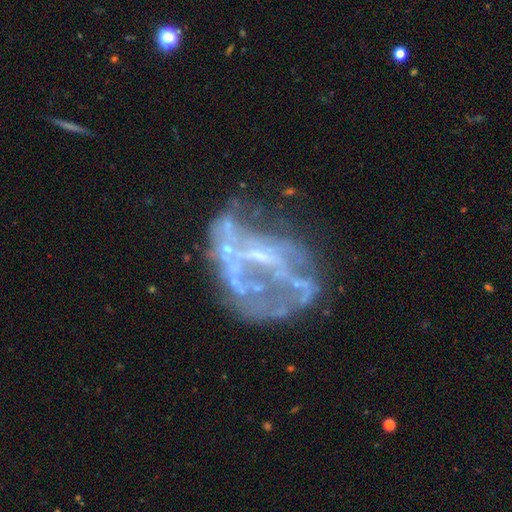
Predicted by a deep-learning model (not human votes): smooth-or-featured: featured or disk: 74% | star or artifact: 14% | smooth: 12%
  disk-edge-on: no: 98% | yes: 2%
    bar: no: 70% | weak: 20% | strong: 11%
    has-spiral-arms: no: 79% | yes: 21%
    bulge-size: none: 57% | small: 31% | moderate: 10% | large: 1% | dominant: 1%
  merging: none: 39% | major disturbance: 33% | minor disturbance: 18% | merger: 9%